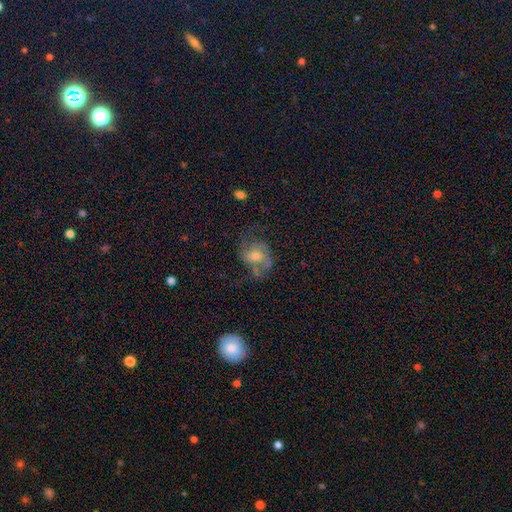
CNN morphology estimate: featured or disk 59%, smooth 28%, star or artifact 12%. Down the decision tree: edge-on disk — no (97%); bar — no (59%); spiral arms — yes (81%); bulge size — moderate (54%); merging — none (47%).